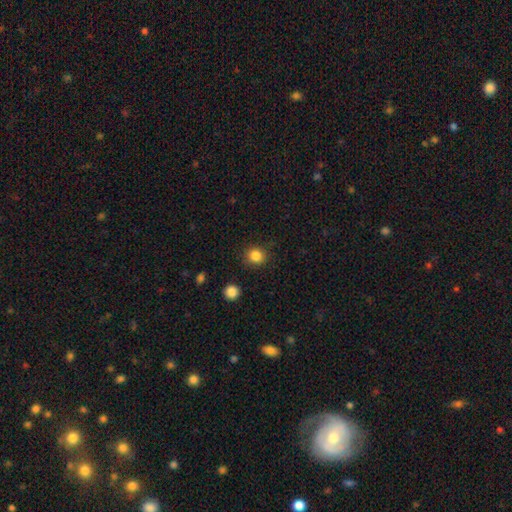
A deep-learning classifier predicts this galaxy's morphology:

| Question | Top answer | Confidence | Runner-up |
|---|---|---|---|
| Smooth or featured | smooth | 85% | star or artifact (11%) |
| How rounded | round | 83% | in between (16%) |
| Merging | none | 87% | minor disturbance (8%) |